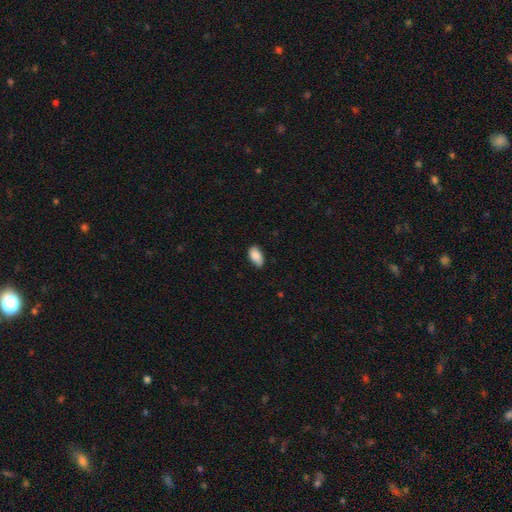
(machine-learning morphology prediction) smooth 88%, star or artifact 7%, featured or disk 5%. Down the decision tree: how rounded — in between (94%); merging — none (75%).